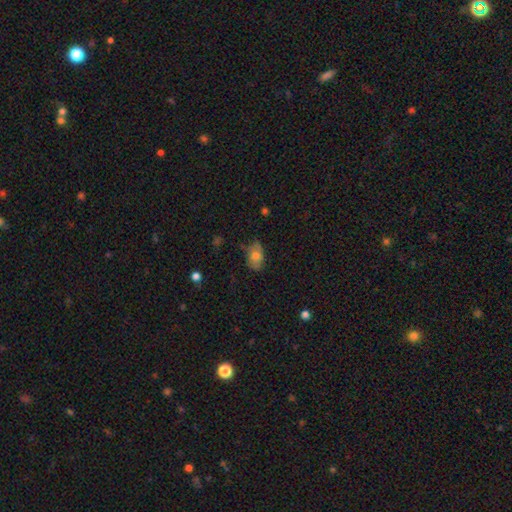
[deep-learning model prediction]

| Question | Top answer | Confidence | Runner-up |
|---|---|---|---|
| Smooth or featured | smooth | 72% | featured or disk (19%) |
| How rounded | in between | 86% | round (12%) |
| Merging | none | 61% | minor disturbance (30%) |